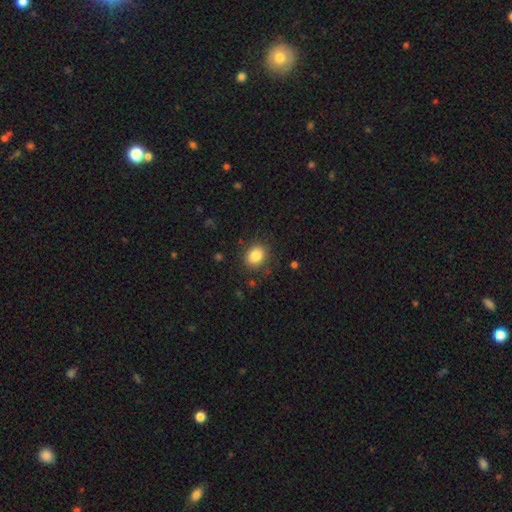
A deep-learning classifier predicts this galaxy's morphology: A smooth galaxy with no disk features (84%) that is round (55%). Merging: none (86%).